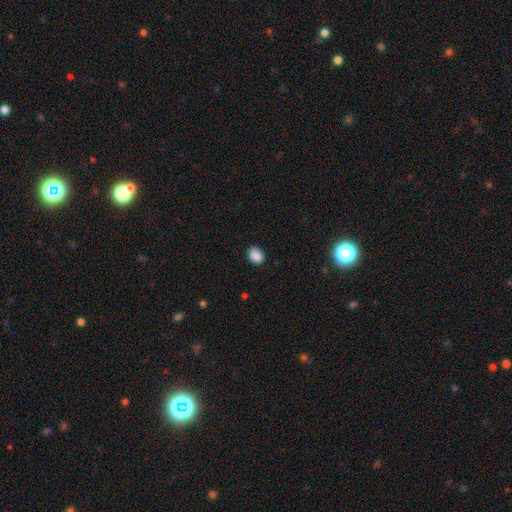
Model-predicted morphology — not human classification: Smooth or featured? Predicted: smooth (p=0.88). How rounded? Predicted: in between (p=0.63). Merging? Predicted: none (p=0.84).